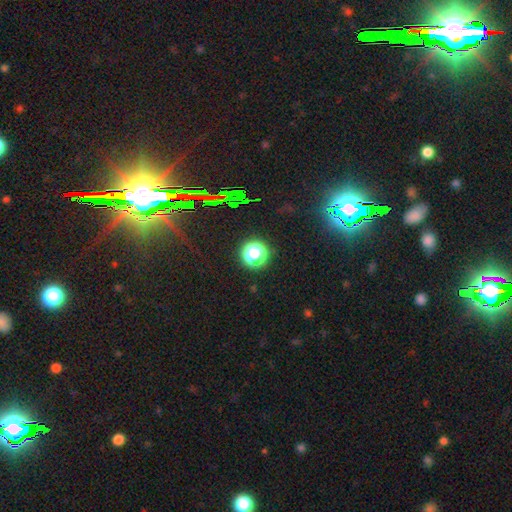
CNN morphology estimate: Smooth or featured: star or artifact — 54% (smooth — 39%)